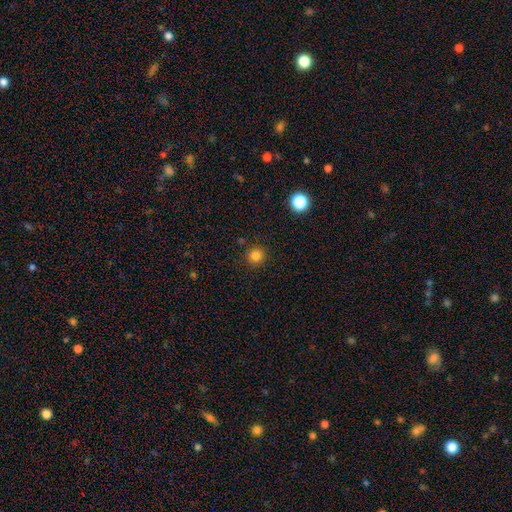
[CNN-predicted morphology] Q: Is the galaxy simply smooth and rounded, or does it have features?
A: smooth — 82%.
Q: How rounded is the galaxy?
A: round — 94%.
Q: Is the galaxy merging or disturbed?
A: none — 90%.